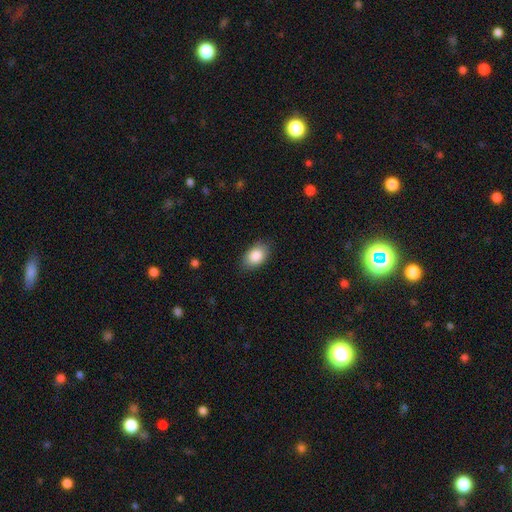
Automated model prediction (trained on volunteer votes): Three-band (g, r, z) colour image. It shows a smooth galaxy with no disk features (87%) that is in between round and cigar-shaped (87%). Merging: none (84%).